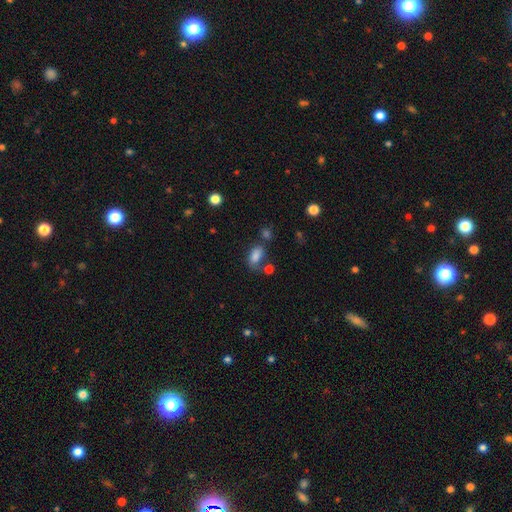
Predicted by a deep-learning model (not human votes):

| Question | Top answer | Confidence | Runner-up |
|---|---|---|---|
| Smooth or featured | smooth | 82% | star or artifact (11%) |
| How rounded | in between | 89% | round (8%) |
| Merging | none | 52% | minor disturbance (20%) |